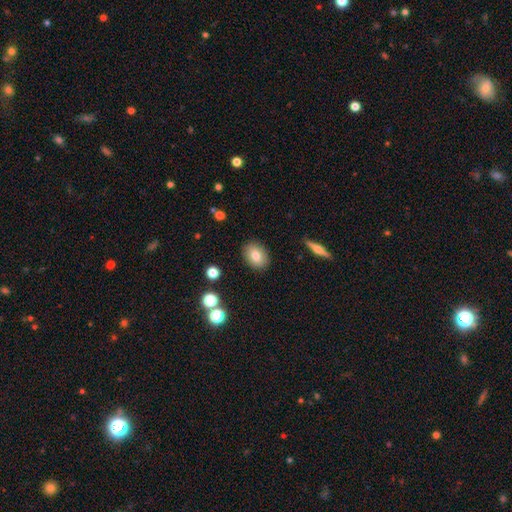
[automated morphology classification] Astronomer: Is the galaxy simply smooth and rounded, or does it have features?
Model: smooth — 79%.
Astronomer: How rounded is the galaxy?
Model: in between — 67%.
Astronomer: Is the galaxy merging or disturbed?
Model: none — 88%.